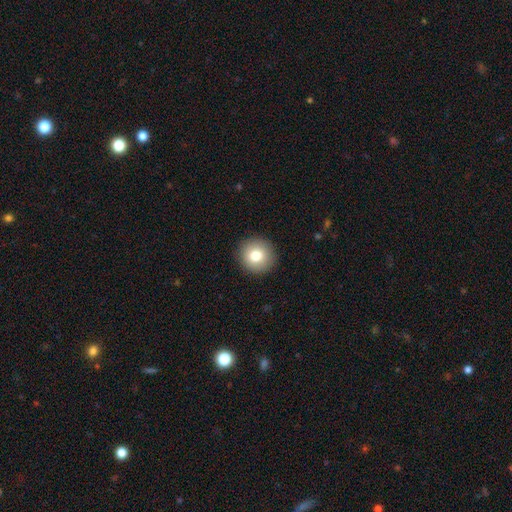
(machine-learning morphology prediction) type=smooth (80%); roundness=round (93%); merging=none (92%).